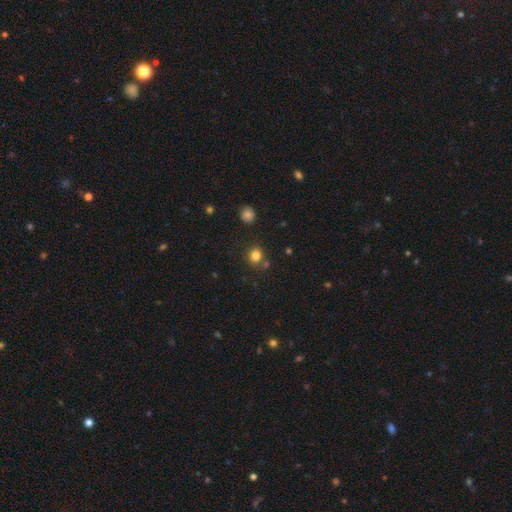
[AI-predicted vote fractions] Smooth or featured: smooth — 82% (star or artifact — 13%)
How rounded: round — 84% (in between — 15%)
Merging: none — 80% (minor disturbance — 9%)